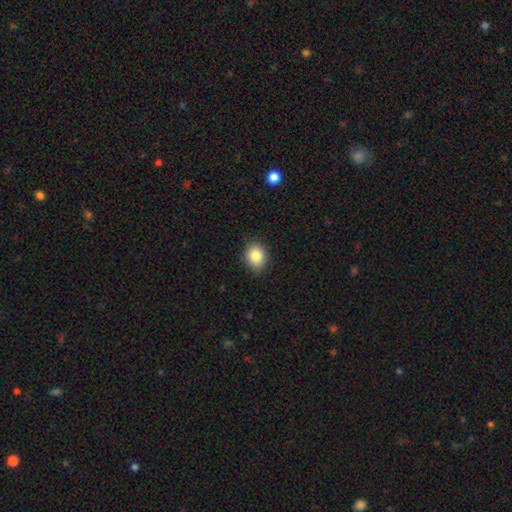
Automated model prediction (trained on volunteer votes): Morphology: type=smooth (85%); roundness=in between (53%); merging=none (87%).